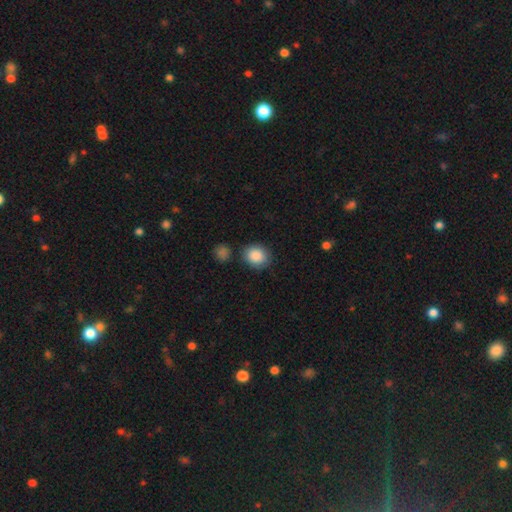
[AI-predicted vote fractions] Q: Smooth or featured?
A: smooth (88%); runner-up: star or artifact (7%)
Q: How rounded?
A: round (65%); runner-up: in between (34%)
Q: Merging?
A: none (79%); runner-up: minor disturbance (12%)